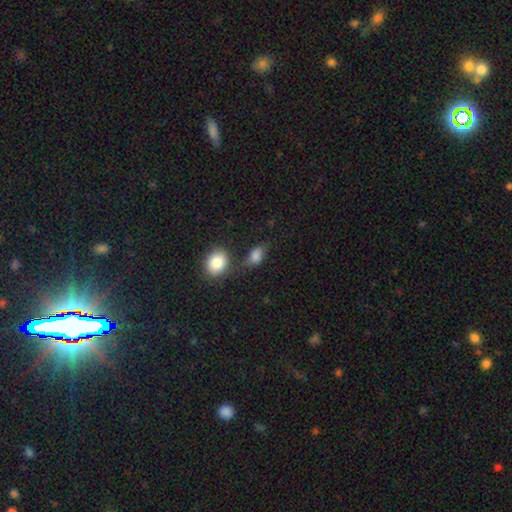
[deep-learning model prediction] smooth_or_featured: smooth (p=0.84) [alt: star or artifact p=0.09]
how_rounded: in between (p=0.83) [alt: round p=0.14]
merging: none (p=0.56) [alt: minor disturbance p=0.20]